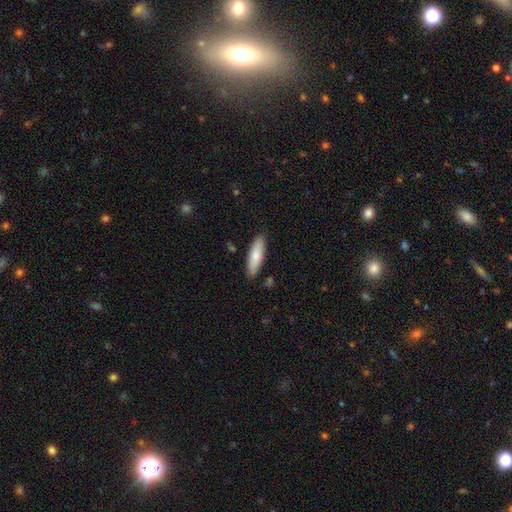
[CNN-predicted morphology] Q: Smooth or featured?
A: smooth (78%); runner-up: featured or disk (17%)
Q: How rounded?
A: cigar-shaped (52%); runner-up: in between (46%)
Q: Merging?
A: none (87%); runner-up: minor disturbance (10%)